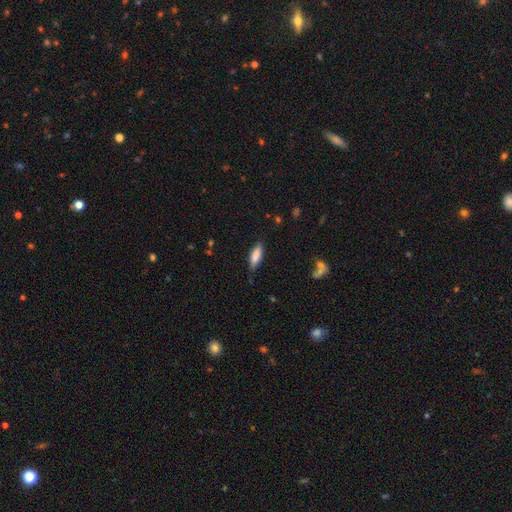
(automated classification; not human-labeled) This is clearly a smooth galaxy (83%). How rounded: likely in between (61%). Merging: likely none (79%).